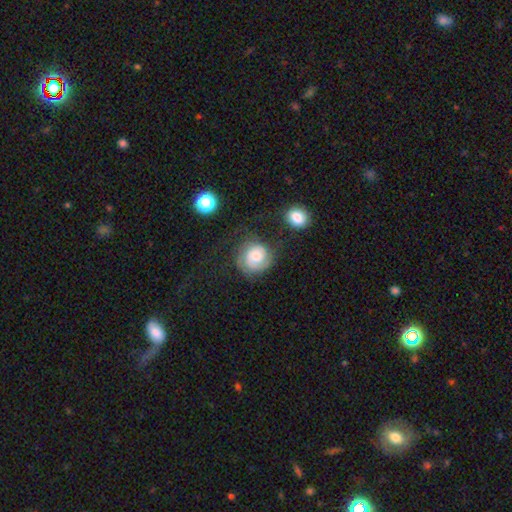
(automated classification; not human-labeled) Smooth or featured?
  - featured or disk: 53% *
  - smooth: 38%
  - star or artifact: 9%
Edge-on disk?
  - no: 98% *
  - yes: 2%
Bar?
  - no: 73% *
  - weak: 23%
  - strong: 4%
Spiral arms?
  - yes: 85% *
  - no: 15%
Bulge size?
  - moderate: 51% *
  - small: 26%
  - large: 16%
  - none: 3%
  - dominant: 3%
Merging?
  - none: 60% *
  - minor disturbance: 20%
  - major disturbance: 15%
  - merger: 5%